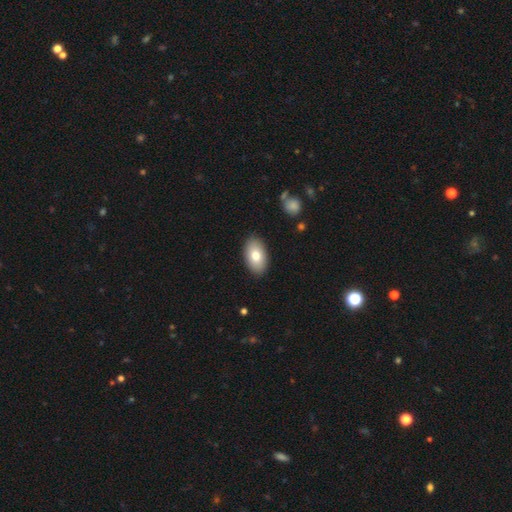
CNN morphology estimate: smooth-or-featured: smooth: 78% | featured or disk: 16% | star or artifact: 6%
  how-rounded: in between: 94% | round: 4% | cigar-shaped: 2%
  merging: none: 88% | minor disturbance: 9% | major disturbance: 2% | merger: 1%